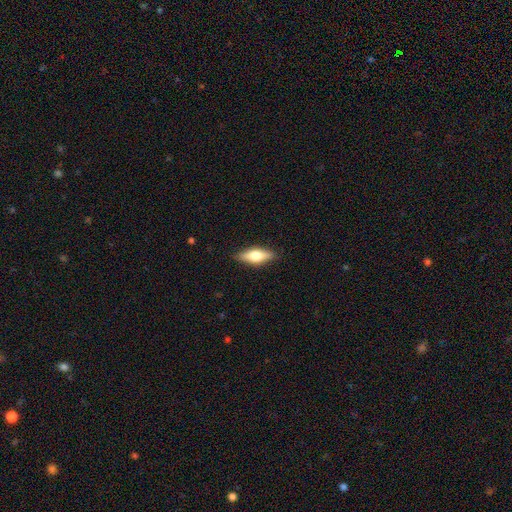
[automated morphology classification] The model was most divided on "smooth or featured": smooth: 60%, featured or disk: 34%, star or artifact: 6%. More confident: merging — none (87%); how rounded — in between (64%).